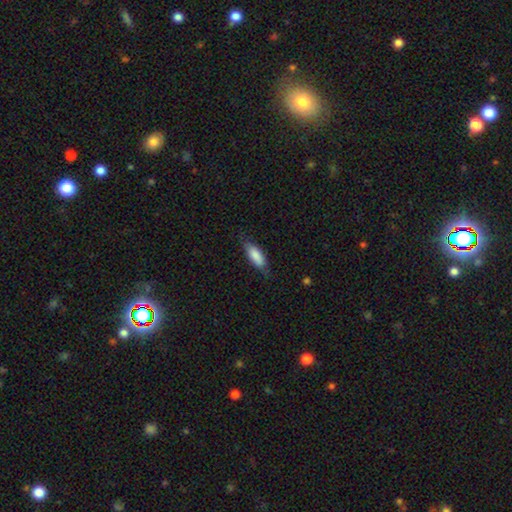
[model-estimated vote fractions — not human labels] Smooth or featured? smooth (84%)
How rounded? in between (71%)
Merging? none (72%)